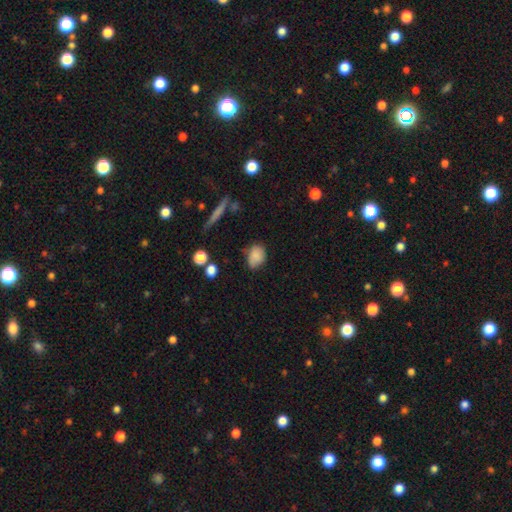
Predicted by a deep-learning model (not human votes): The model was most divided on "how rounded": in between: 64%, round: 34%, cigar-shaped: 2%. More confident: smooth or featured — smooth (83%); merging — none (64%).